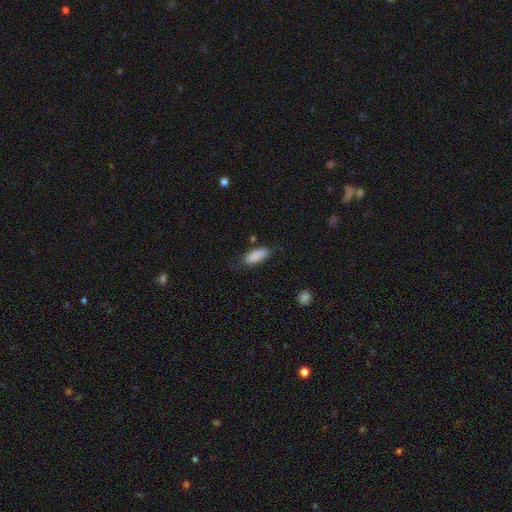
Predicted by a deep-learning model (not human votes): A smooth galaxy with no disk features (88%) that is in between round and cigar-shaped (79%).

Vote fractions:
- Smooth or featured? smooth: 88% / star or artifact: 7% / featured or disk: 5%
- How rounded? in between: 79% / cigar-shaped: 19% / round: 2%
- Merging? none: 70% / minor disturbance: 22% / major disturbance: 6% / merger: 3%